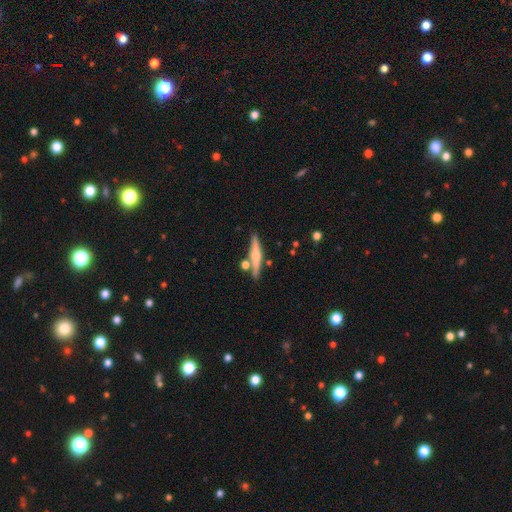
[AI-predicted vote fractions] The model was most divided on "smooth or featured": featured or disk: 56%, smooth: 38%, star or artifact: 6%. More confident: edge-on disk — yes (96%); edge-on bulge — rounded (83%); merging — none (78%).